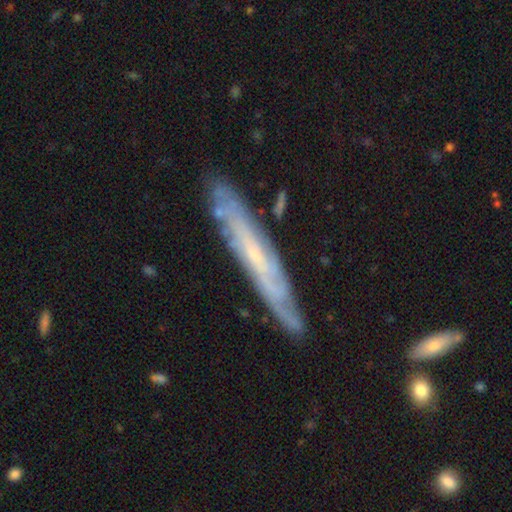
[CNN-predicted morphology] A featured or disk galaxy (75%) viewed edge-on (60%).

Vote fractions:
- Smooth or featured? featured or disk: 75% / smooth: 19% / star or artifact: 6%
- Edge-on disk? yes: 60% / no: 40%
- Merging? none: 81% / minor disturbance: 15% / major disturbance: 3% / merger: 2%